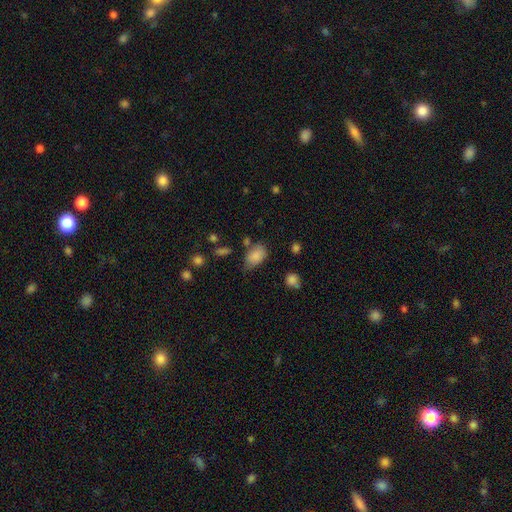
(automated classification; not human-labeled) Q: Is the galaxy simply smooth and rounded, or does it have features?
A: smooth — 83%.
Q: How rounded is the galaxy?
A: in between — 85%.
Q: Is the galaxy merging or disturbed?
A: none — 53%.